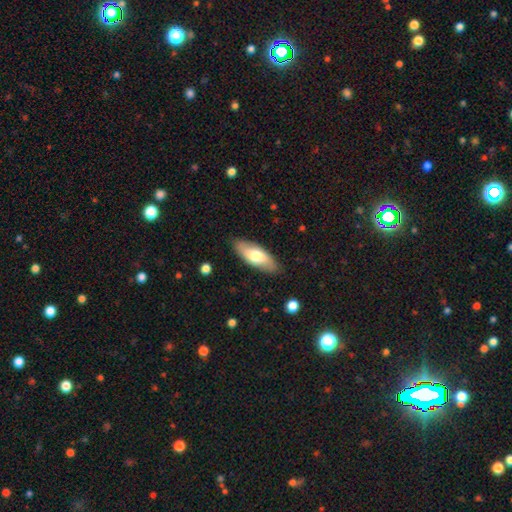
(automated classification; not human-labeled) Smooth or featured: smooth — 66% (featured or disk — 29%)
How rounded: in between — 76% (cigar-shaped — 22%)
Merging: none — 86% (minor disturbance — 11%)